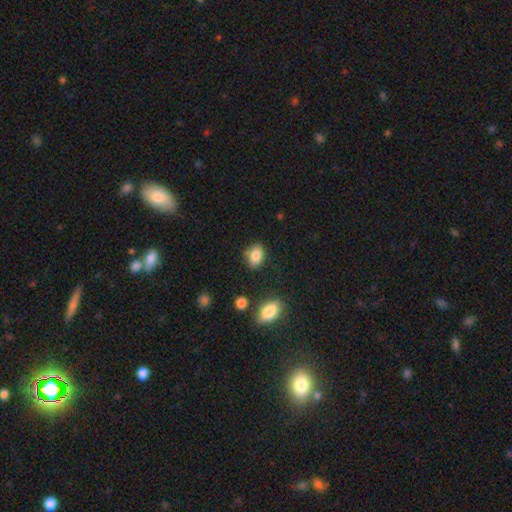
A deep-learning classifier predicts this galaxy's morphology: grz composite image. It shows a smooth galaxy with no disk features (84%) that is in between round and cigar-shaped (84%). Merging: none (73%).